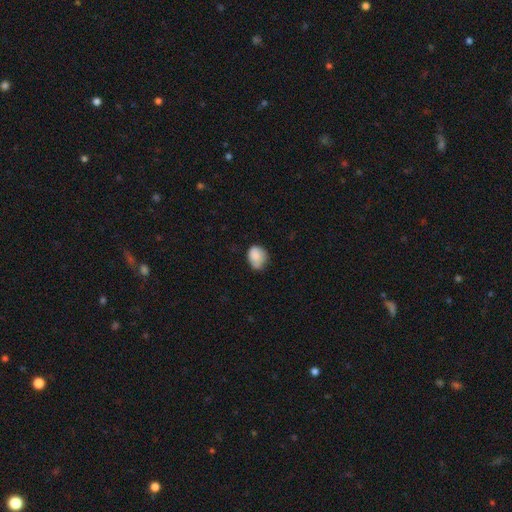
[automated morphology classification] Smooth or featured? smooth (82%)
How rounded? round (55%)
Merging? none (45%)